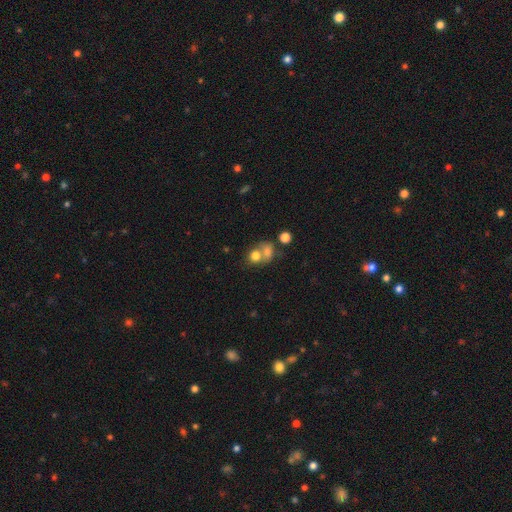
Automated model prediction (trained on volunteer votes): This is likely a smooth galaxy (74%). How rounded: likely round (61%). Merging: possibly merger (56%).